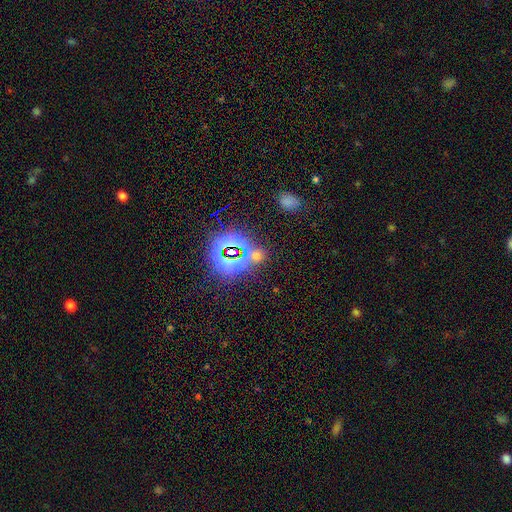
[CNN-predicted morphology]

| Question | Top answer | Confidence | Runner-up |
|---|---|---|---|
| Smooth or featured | star or artifact | 60% | smooth (33%) |